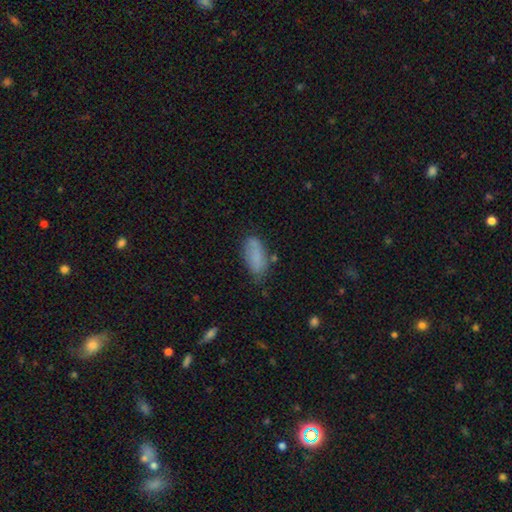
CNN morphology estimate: A smooth galaxy with no disk features (81%) that is in between round and cigar-shaped (86%). Merging: none (63%).